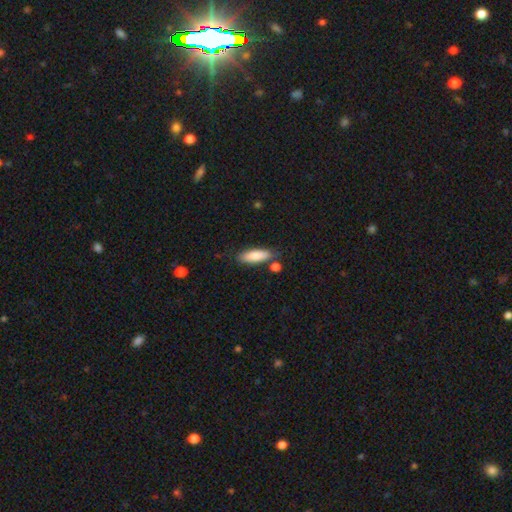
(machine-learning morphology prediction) Smooth or featured?
  - smooth: 84% *
  - featured or disk: 10%
  - star or artifact: 6%
How rounded?
  - in between: 54% *
  - cigar-shaped: 44%
  - round: 2%
Merging?
  - none: 74% *
  - minor disturbance: 14%
  - merger: 8%
  - major disturbance: 4%